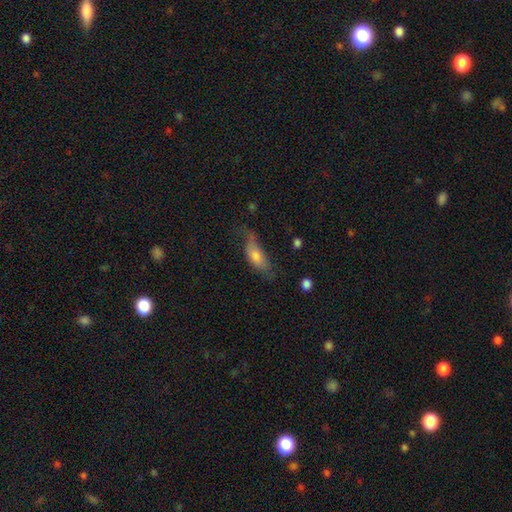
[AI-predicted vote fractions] Smooth or featured: smooth — 65% (featured or disk — 27%)
How rounded: in between — 68% (cigar-shaped — 29%)
Merging: none — 43% (minor disturbance — 32%)